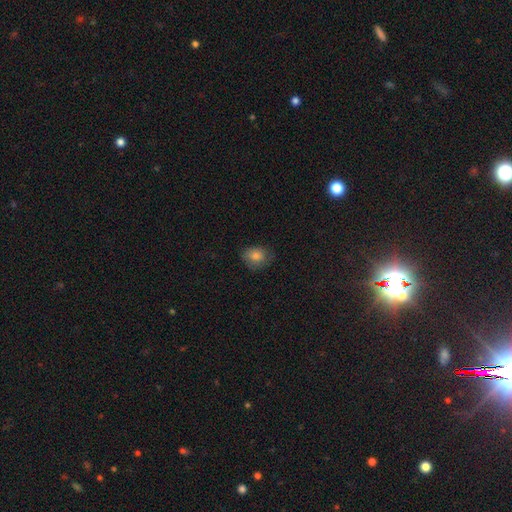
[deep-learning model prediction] smooth-or-featured: smooth: 79% | star or artifact: 11% | featured or disk: 10%
  how-rounded: round: 54% | in between: 45% | cigar-shaped: 1%
  merging: none: 72% | minor disturbance: 22% | major disturbance: 5% | merger: 1%